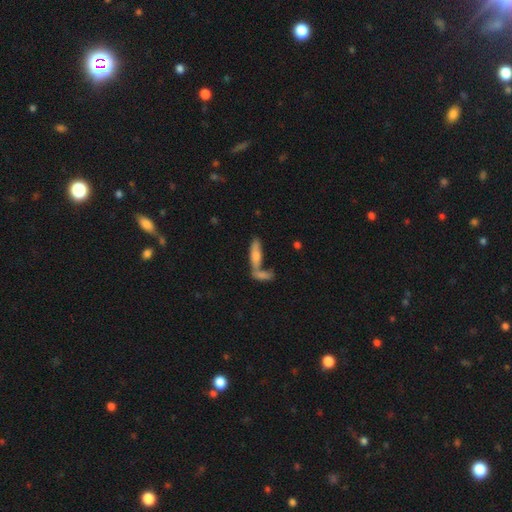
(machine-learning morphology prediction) smooth-or-featured: smooth: 59% | featured or disk: 32% | star or artifact: 10%
  how-rounded: cigar-shaped: 57% | in between: 40% | round: 3%
  merging: merger: 45% | none: 41% | minor disturbance: 9% | major disturbance: 5%